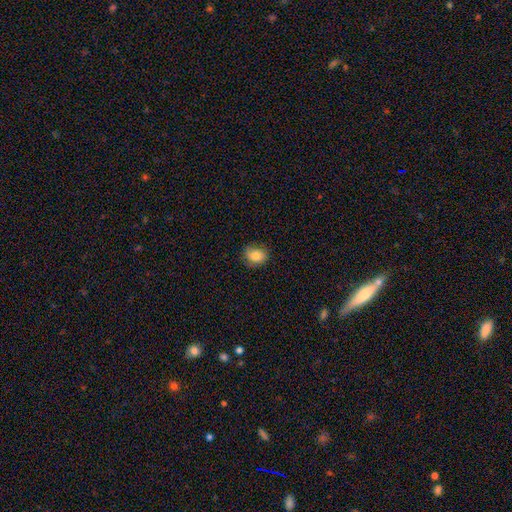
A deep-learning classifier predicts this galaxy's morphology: type=smooth (81%); roundness=round (57%); merging=none (77%).